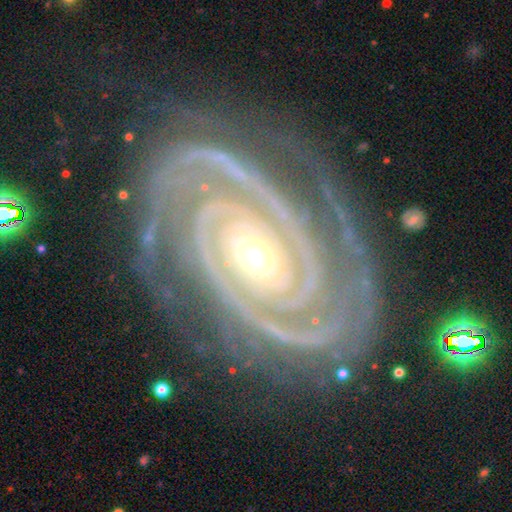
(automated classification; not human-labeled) Smooth or featured? featured or disk (94%)
Edge-on disk? no (97%)
Bar? no (55%)
Spiral arms? yes (99%)
Spiral winding? tight (86%)
Spiral arm count? 2 (80%)
Bulge size? small (60%)
Merging? none (82%)